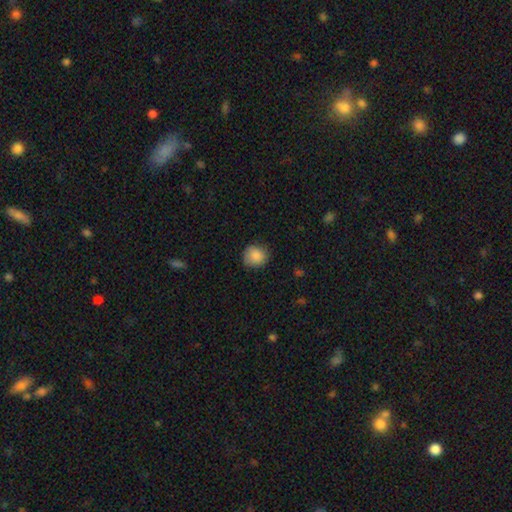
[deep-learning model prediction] A smooth galaxy with no disk features (87%) that is round (86%).

Vote fractions:
- Smooth or featured? smooth: 87% / star or artifact: 8% / featured or disk: 5%
- How rounded? round: 86% / in between: 13% / cigar-shaped: 1%
- Merging? none: 81% / minor disturbance: 15% / major disturbance: 3% / merger: 1%